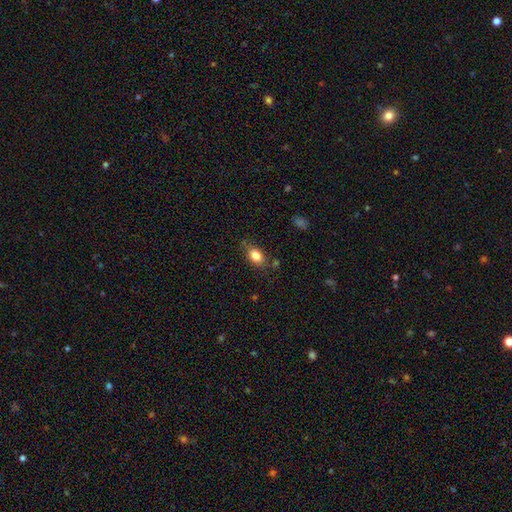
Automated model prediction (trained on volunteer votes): smooth-or-featured: smooth: 83% | star or artifact: 9% | featured or disk: 9%
  how-rounded: in between: 83% | round: 14% | cigar-shaped: 2%
  merging: none: 75% | minor disturbance: 17% | major disturbance: 4% | merger: 4%